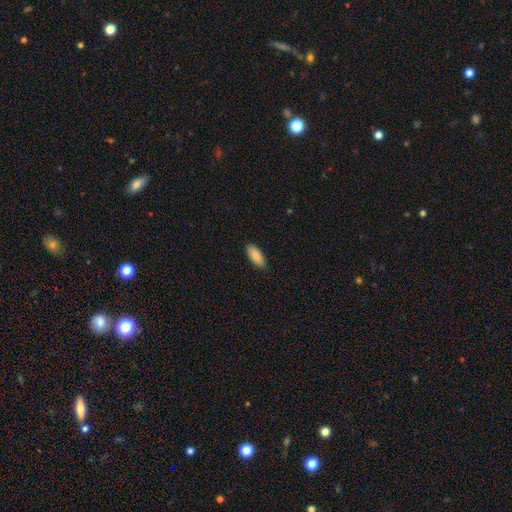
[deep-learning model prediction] Smooth or featured? smooth (86%)
How rounded? in between (84%)
Merging? none (90%)